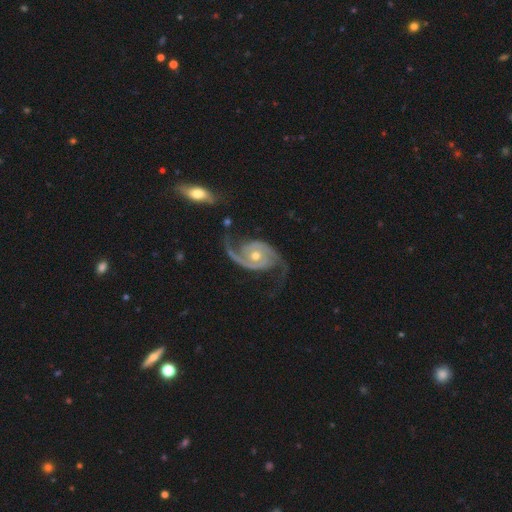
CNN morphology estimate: Smooth or featured? featured or disk (93%)
Edge-on disk? no (98%)
Bar? no (72%)
Spiral arms? yes (98%)
Spiral winding? medium (50%)
Spiral arm count? 2 (91%)
Bulge size? moderate (65%)
Merging? none (66%)